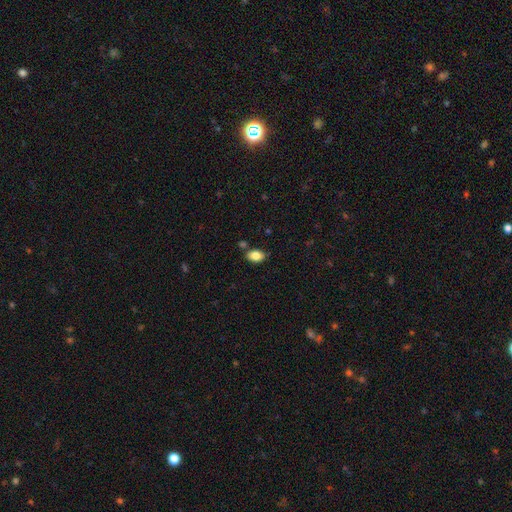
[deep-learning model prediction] Morphology: type=smooth (84%); roundness=in between (88%); merging=none (78%).